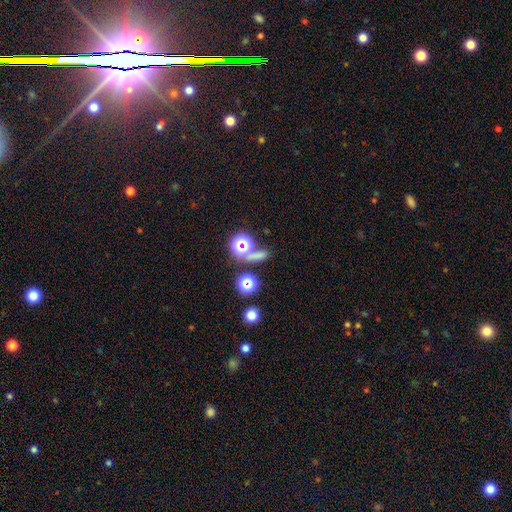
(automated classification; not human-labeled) smooth 52%, star or artifact 38%, featured or disk 10%. Down the decision tree: how rounded — round (52%); merging — none (63%).